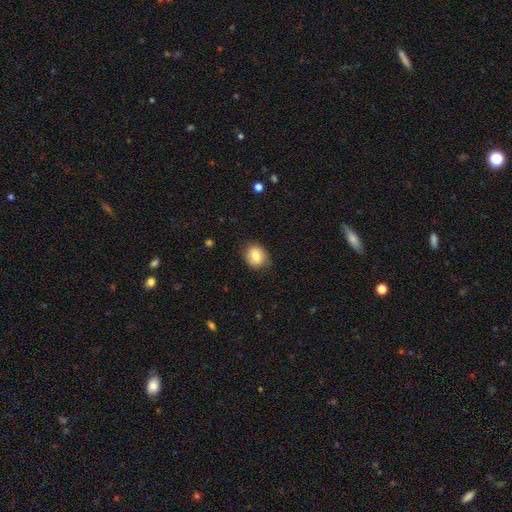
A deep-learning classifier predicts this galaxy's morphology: A smooth galaxy with no disk features (78%) that is round (66%).

Vote fractions:
- Smooth or featured? smooth: 78% / featured or disk: 13% / star or artifact: 8%
- How rounded? round: 66% / in between: 33% / cigar-shaped: 1%
- Merging? none: 81% / minor disturbance: 15% / major disturbance: 3% / merger: 1%